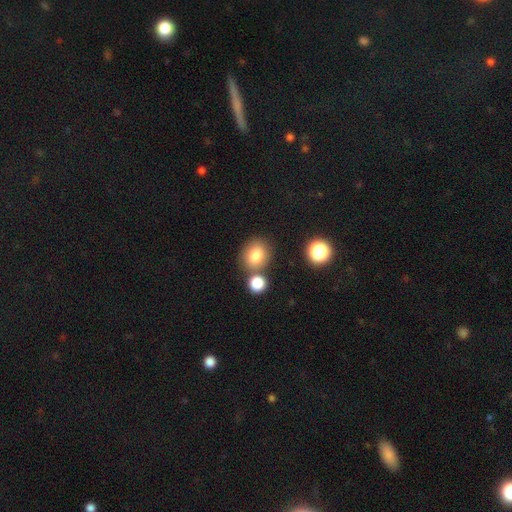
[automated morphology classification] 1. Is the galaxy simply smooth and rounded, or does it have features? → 80% smooth, 11% star or artifact, 9% featured or disk.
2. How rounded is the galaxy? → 69% round, 30% in between, 1% cigar-shaped.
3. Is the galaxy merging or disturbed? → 67% none, 18% merger, 11% minor disturbance, 3% major disturbance.